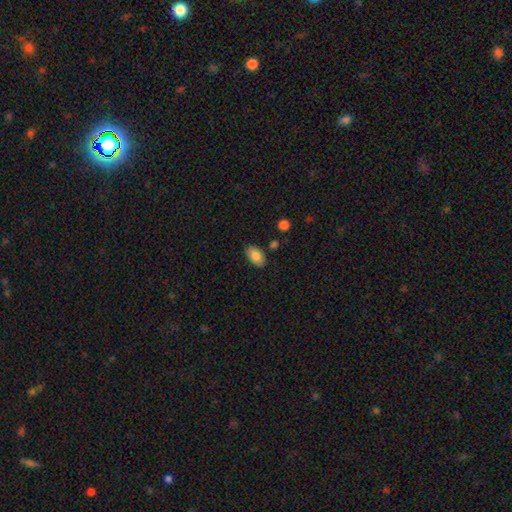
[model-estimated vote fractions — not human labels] Overall: smooth (83%). How rounded: in between (93%). Merging: none (85%).